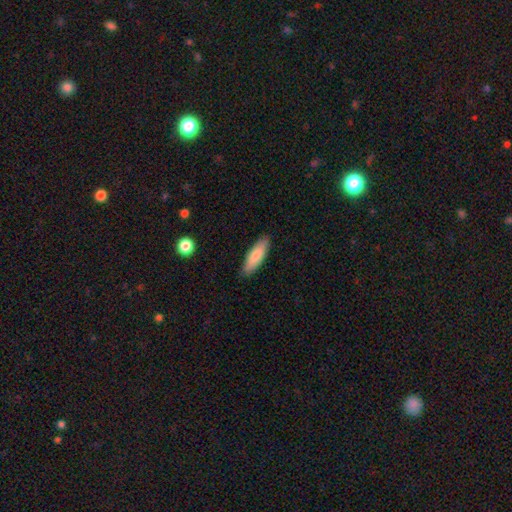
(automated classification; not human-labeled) Overall: smooth (81%). How rounded: in between (50%; cigar-shaped 48%). Merging: none (88%).